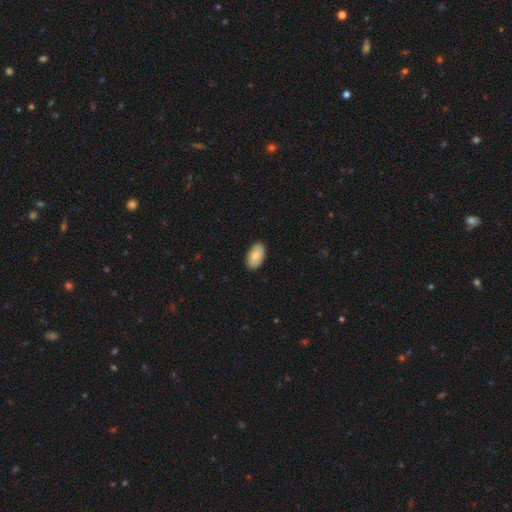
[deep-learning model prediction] Smooth or featured? Predicted: smooth (p=0.82). How rounded? Predicted: in between (p=0.95). Merging? Predicted: none (p=0.88).